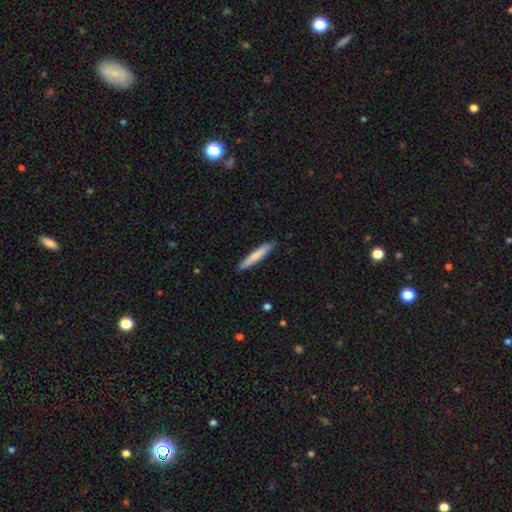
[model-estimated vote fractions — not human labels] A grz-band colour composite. It shows a smooth galaxy with no disk features (77%) that is cigar-shaped (93%). Merging: none (88%).